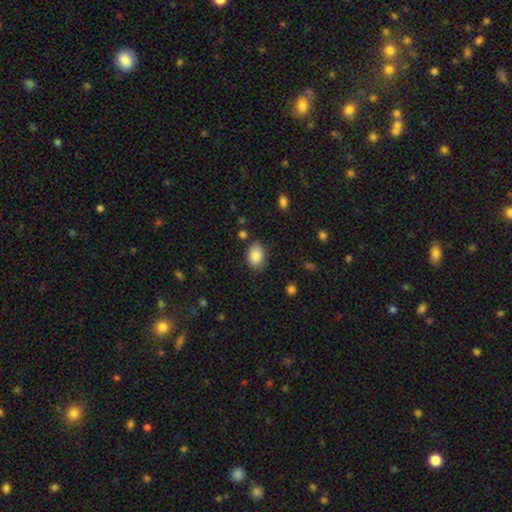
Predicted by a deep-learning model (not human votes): This is clearly a smooth galaxy (87%). How rounded: clearly in between (81%). Merging: likely none (78%).